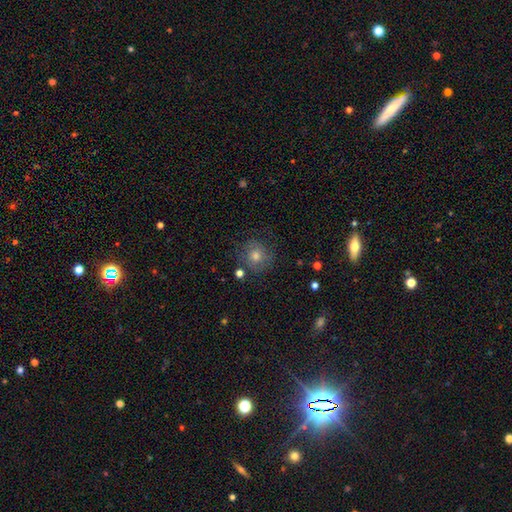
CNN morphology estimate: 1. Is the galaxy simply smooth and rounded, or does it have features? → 48% smooth, 28% featured or disk, 24% star or artifact.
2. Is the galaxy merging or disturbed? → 79% none, 13% minor disturbance, 6% major disturbance, 2% merger.